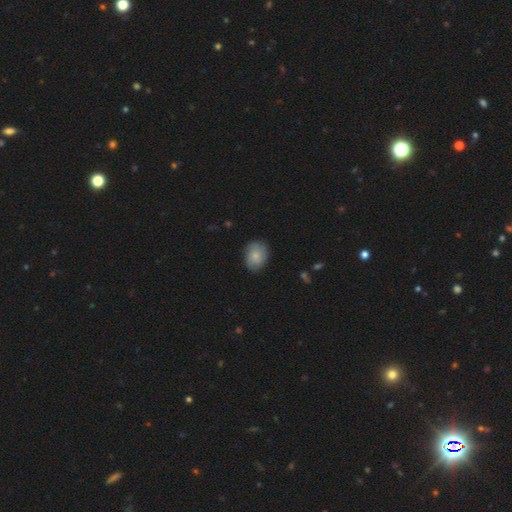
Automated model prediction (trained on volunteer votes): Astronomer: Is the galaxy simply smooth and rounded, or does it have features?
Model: smooth — 77%.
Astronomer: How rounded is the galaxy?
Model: in between — 56% (runner-up: round, 43%).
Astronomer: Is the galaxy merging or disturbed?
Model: none — 79%.